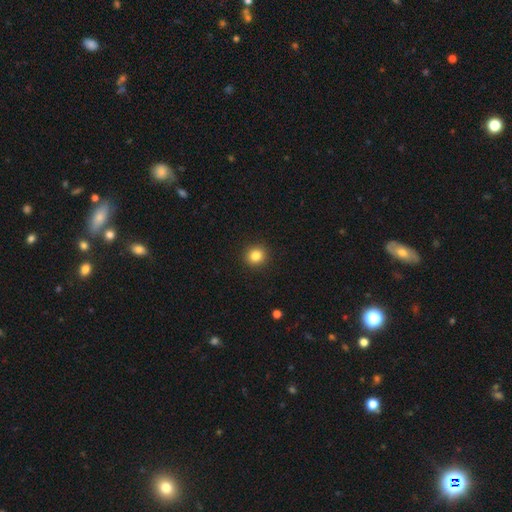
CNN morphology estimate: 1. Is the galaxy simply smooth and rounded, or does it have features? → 83% smooth, 11% star or artifact, 5% featured or disk.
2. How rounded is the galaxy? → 91% round, 8% in between, 1% cigar-shaped.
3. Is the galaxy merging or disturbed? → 92% none, 5% minor disturbance, 2% major disturbance, 1% merger.